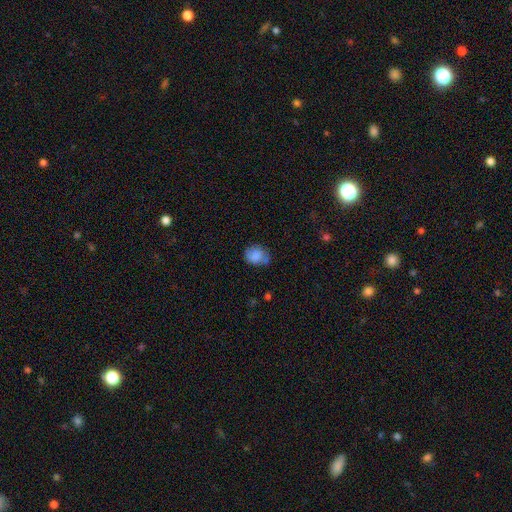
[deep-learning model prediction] Morphology: type=smooth (82%); roundness=round (57%); merging=none (56%).